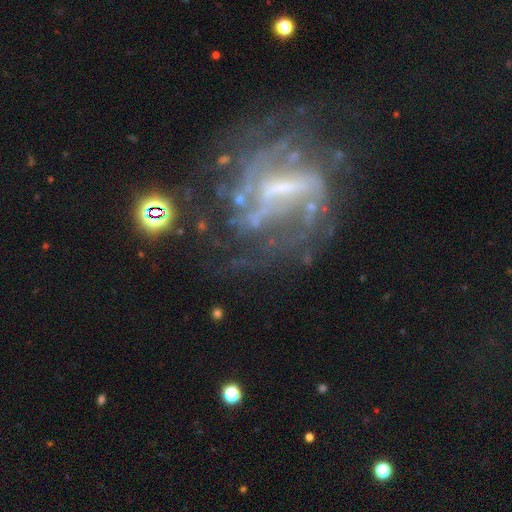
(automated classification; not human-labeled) Smooth or featured? featured or disk (82%)
Edge-on disk? no (96%)
Bar? strong (48%)
Spiral arms? yes (85%)
Spiral winding? medium (41%)
Spiral arm count? can't tell (39%)
Bulge size? small (39%)
Merging? none (55%)